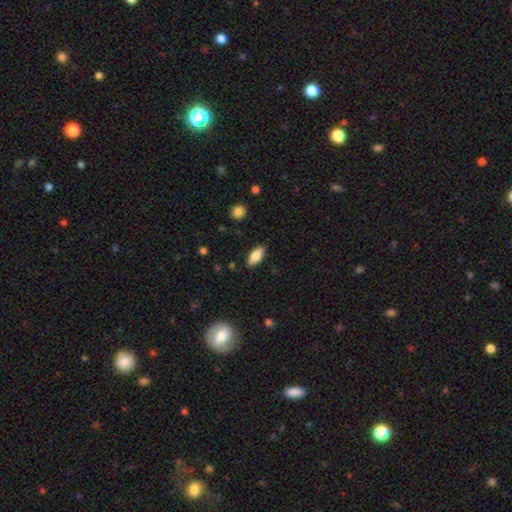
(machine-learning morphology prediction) The model was most divided on "smooth or featured": smooth: 82%, featured or disk: 12%, star or artifact: 7%. More confident: merging — none (87%); how rounded — in between (84%).